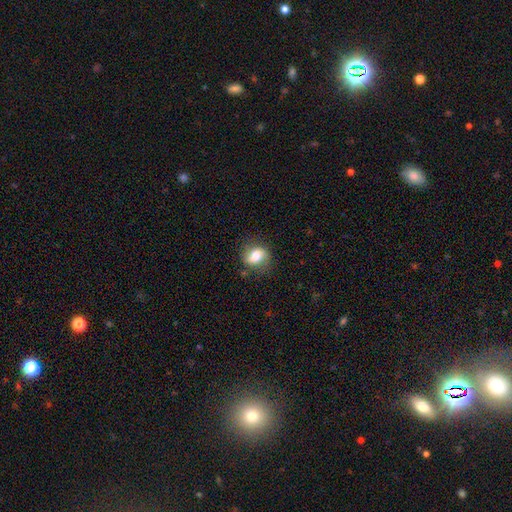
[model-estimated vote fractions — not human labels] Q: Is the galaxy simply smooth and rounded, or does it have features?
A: smooth — 65%.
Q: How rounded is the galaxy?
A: round — 53%.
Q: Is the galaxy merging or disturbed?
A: none — 77%.